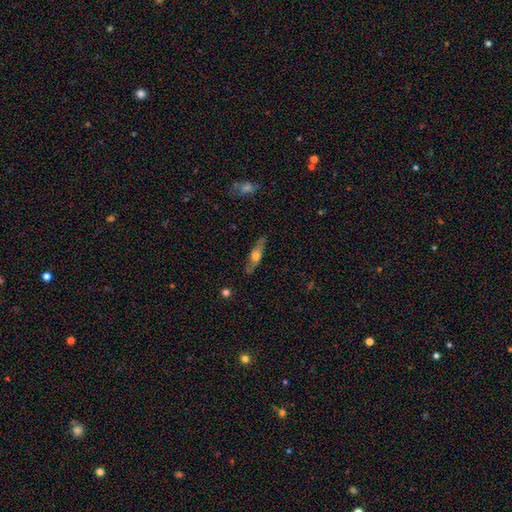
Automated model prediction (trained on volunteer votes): The model was most divided on "smooth or featured": featured or disk: 50%, smooth: 44%, star or artifact: 6%. More confident: merging — none (80%).